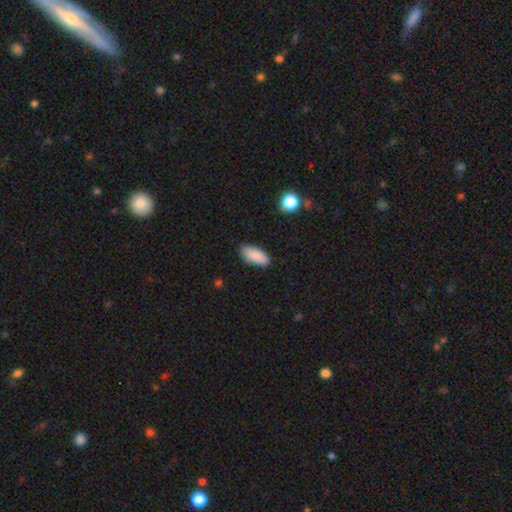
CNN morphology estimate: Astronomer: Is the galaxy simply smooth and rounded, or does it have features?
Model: smooth — 88%.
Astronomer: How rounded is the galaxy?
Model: in between — 86%.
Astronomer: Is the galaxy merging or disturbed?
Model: none — 78%.